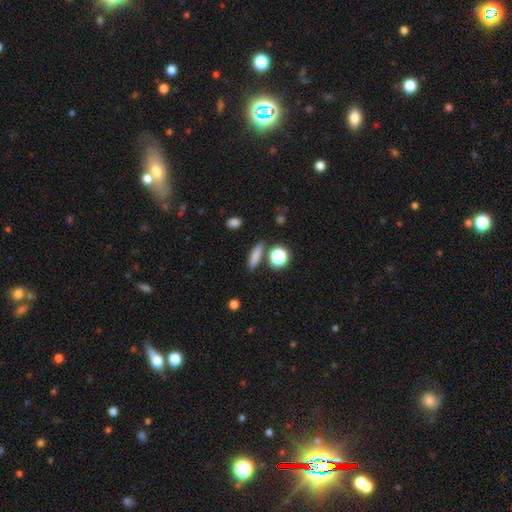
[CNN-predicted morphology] type=smooth (77%); roundness=cigar-shaped (59%); merging=none (81%).